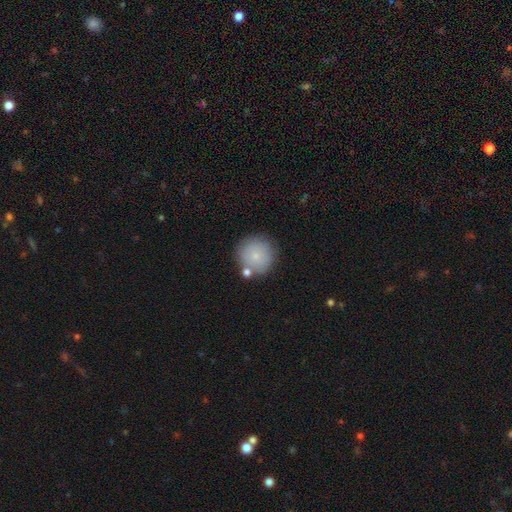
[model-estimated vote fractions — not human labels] Smooth or featured: smooth — 78% (featured or disk — 14%)
How rounded: round — 95% (in between — 4%)
Merging: none — 75% (minor disturbance — 12%)